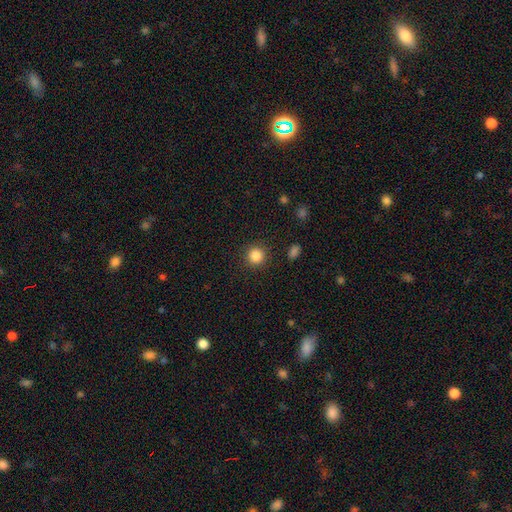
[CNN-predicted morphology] smooth-or-featured: smooth: 85% | star or artifact: 11% | featured or disk: 4%
  how-rounded: round: 94% | in between: 5% | cigar-shaped: 1%
  merging: none: 91% | minor disturbance: 6% | major disturbance: 2% | merger: 1%